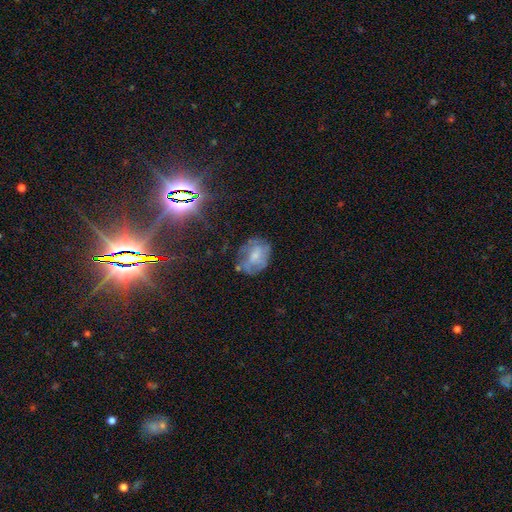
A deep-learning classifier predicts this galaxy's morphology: smooth 44% (tied), featured or disk 44% (tied), star or artifact 12%. Down the decision tree: merging — none (56%).